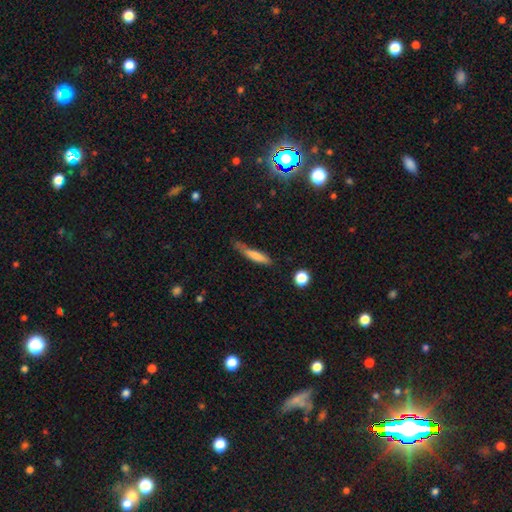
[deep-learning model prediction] This appears to be a smooth galaxy with no disk features (73%) that is cigar-shaped (86%). Merging: none (53%).